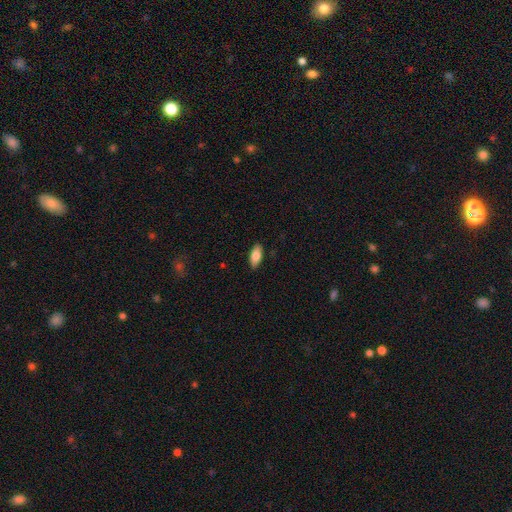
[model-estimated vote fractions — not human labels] Smooth or featured? Predicted: smooth (p=0.81). How rounded? Predicted: in between (p=0.85). Merging? Predicted: none (p=0.88).